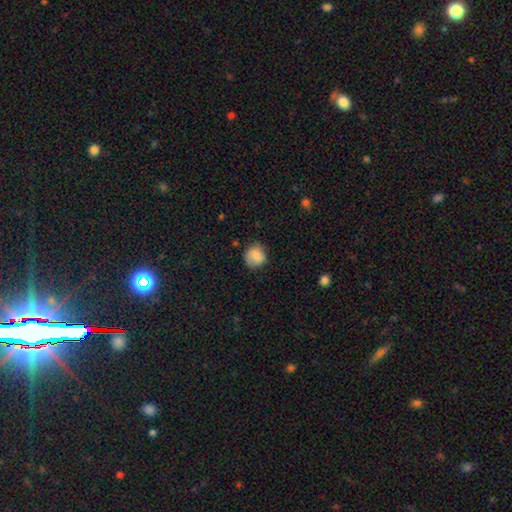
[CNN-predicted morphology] Q: Smooth or featured?
A: smooth (80%); runner-up: featured or disk (12%)
Q: How rounded?
A: round (85%); runner-up: in between (14%)
Q: Merging?
A: none (73%); runner-up: minor disturbance (21%)